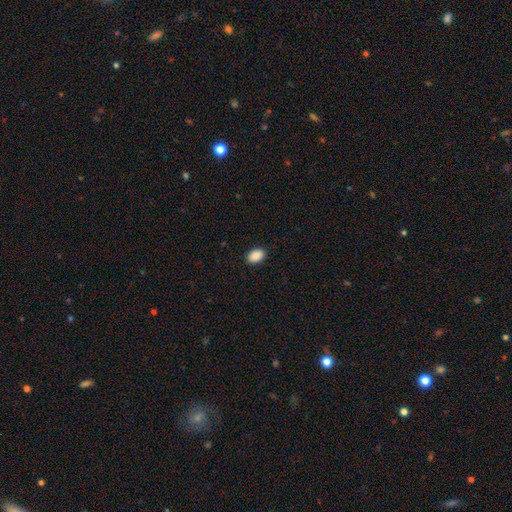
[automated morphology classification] Smooth or featured? Predicted: smooth (p=0.90). How rounded? Predicted: in between (p=0.87). Merging? Predicted: none (p=0.90).